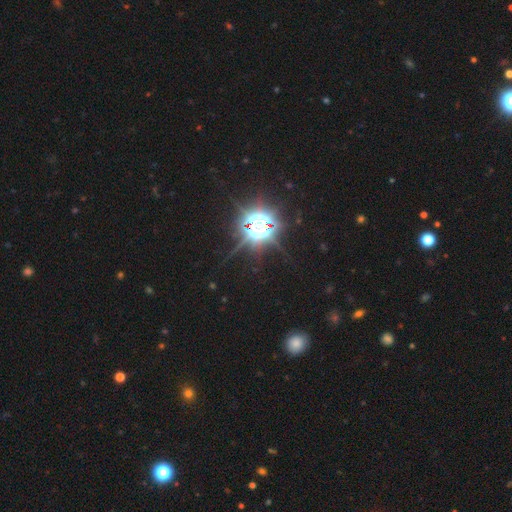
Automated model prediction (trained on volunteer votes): smooth-or-featured: star or artifact: 85% | smooth: 10% | featured or disk: 5%